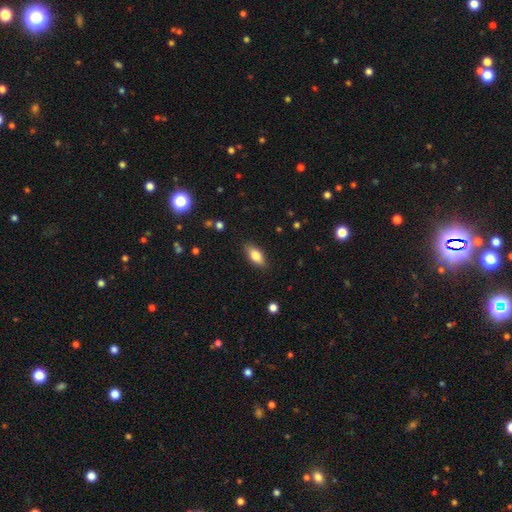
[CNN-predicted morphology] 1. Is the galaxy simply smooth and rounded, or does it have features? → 80% smooth, 13% featured or disk, 7% star or artifact.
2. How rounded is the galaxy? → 86% in between, 10% cigar-shaped, 4% round.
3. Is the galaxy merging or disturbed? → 86% none, 11% minor disturbance, 2% major disturbance, 1% merger.